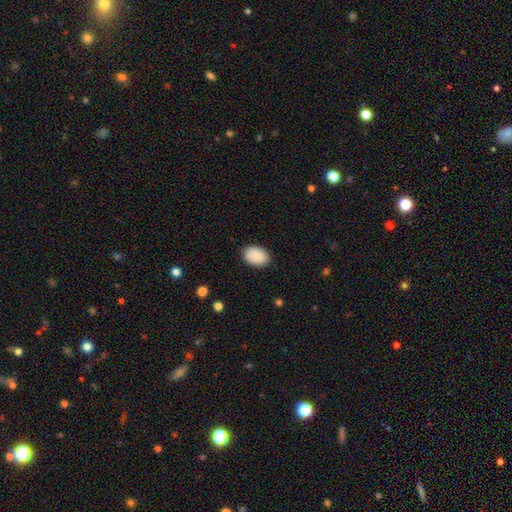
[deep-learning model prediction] Smooth or featured? smooth (89%)
How rounded? in between (85%)
Merging? none (87%)